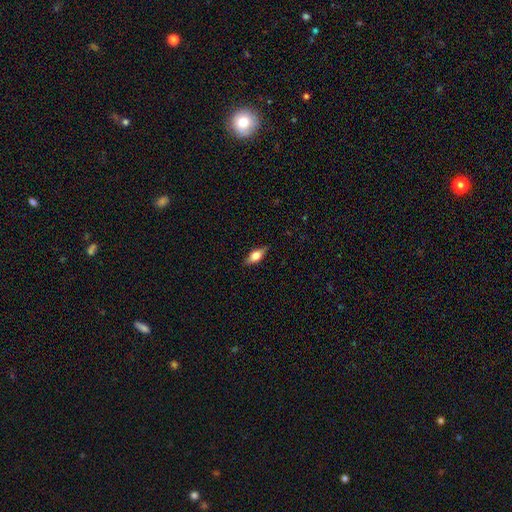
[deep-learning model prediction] Smooth or featured? smooth (65%)
How rounded? in between (79%)
Merging? none (83%)